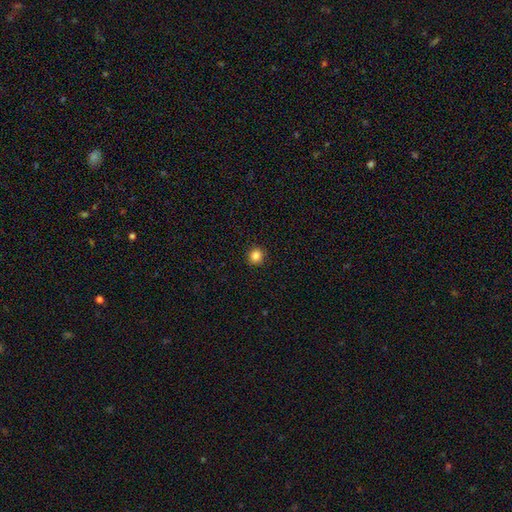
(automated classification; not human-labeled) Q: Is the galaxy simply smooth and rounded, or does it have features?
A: smooth — 85%.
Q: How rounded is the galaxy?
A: round — 93%.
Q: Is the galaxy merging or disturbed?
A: none — 92%.